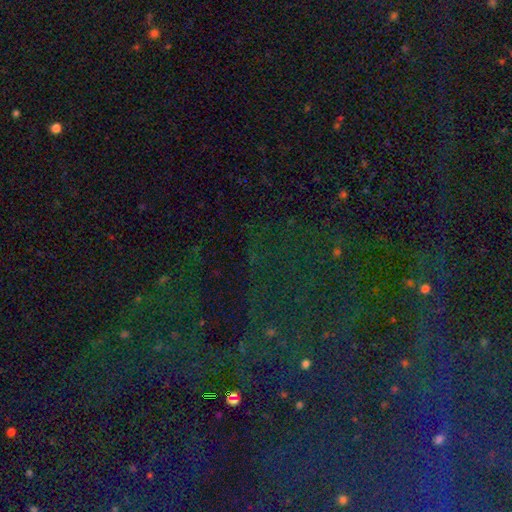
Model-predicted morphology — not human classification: Smooth or featured? Predicted: star or artifact (p=0.81).